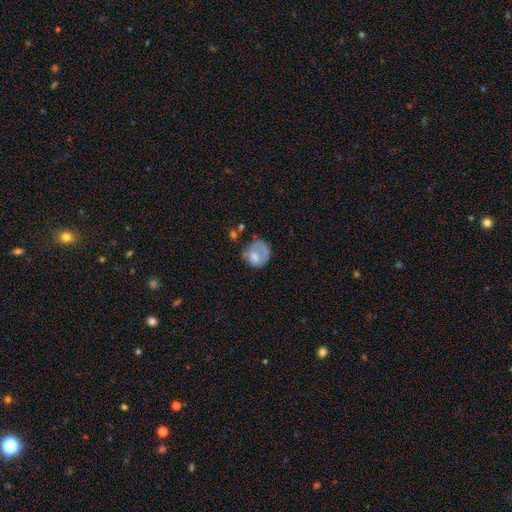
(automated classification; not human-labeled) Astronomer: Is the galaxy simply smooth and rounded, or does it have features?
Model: smooth — 63%.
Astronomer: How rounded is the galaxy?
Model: round — 69%.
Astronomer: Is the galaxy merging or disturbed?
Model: none — 39% (runner-up: major disturbance, 29%).